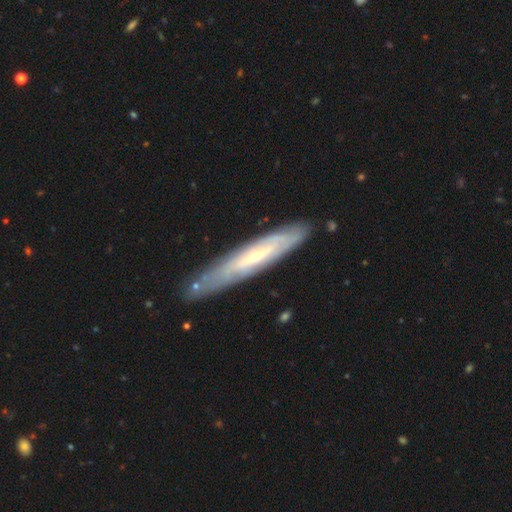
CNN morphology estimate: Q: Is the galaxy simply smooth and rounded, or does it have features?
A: featured or disk — 68%.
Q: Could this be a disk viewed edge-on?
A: yes — 55%.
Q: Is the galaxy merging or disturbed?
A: none — 82%.